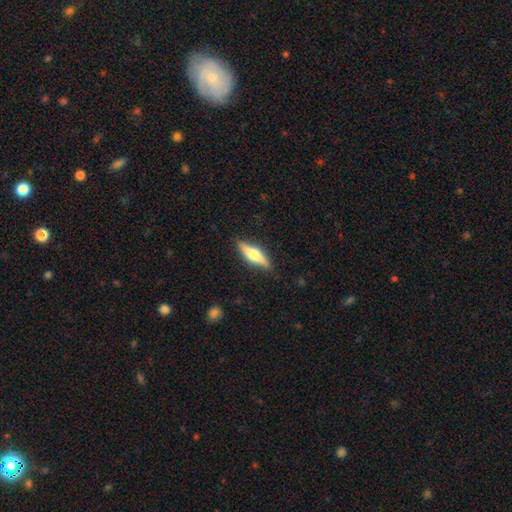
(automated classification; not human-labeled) Smooth or featured? Predicted: featured or disk (p=0.50). Merging? Predicted: none (p=0.87).